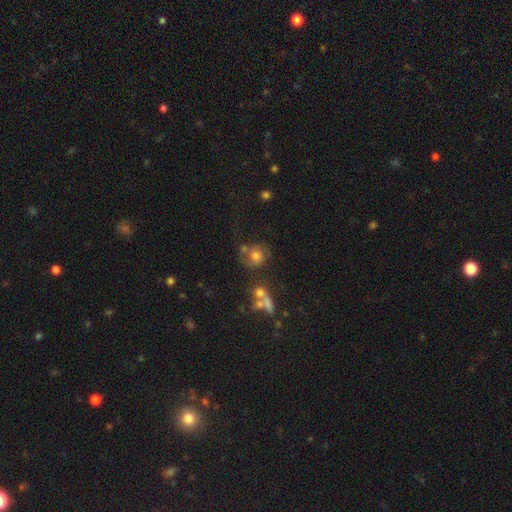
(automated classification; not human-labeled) Smooth or featured? Predicted: smooth (p=0.58). How rounded? Predicted: round (p=0.78). Merging? Predicted: none (p=0.43).